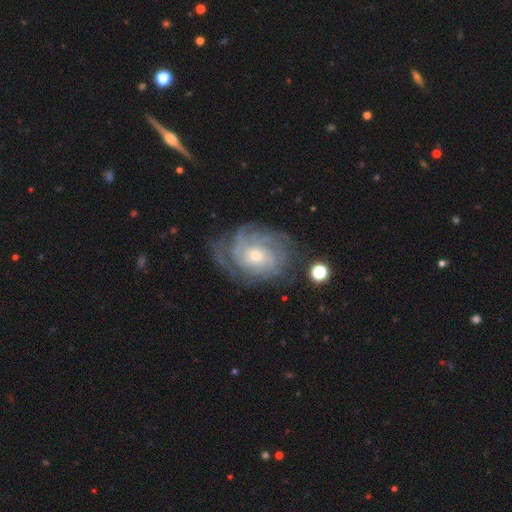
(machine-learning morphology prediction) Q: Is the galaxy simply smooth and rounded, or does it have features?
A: featured or disk — 85%.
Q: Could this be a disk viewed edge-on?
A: no — 97%.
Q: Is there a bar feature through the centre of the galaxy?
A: no — 75%.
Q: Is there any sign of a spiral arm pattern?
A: yes — 94%.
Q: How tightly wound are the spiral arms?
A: tight — 72%.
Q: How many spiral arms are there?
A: can't tell — 42%.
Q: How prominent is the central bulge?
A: small — 56%.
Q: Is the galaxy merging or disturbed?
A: none — 68%.